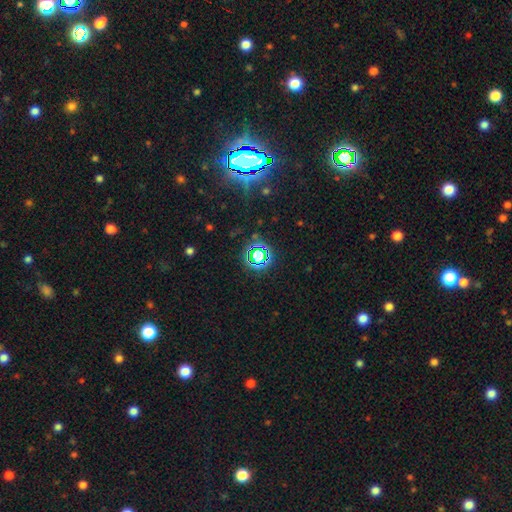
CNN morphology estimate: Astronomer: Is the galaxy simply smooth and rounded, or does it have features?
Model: star or artifact — 70%.